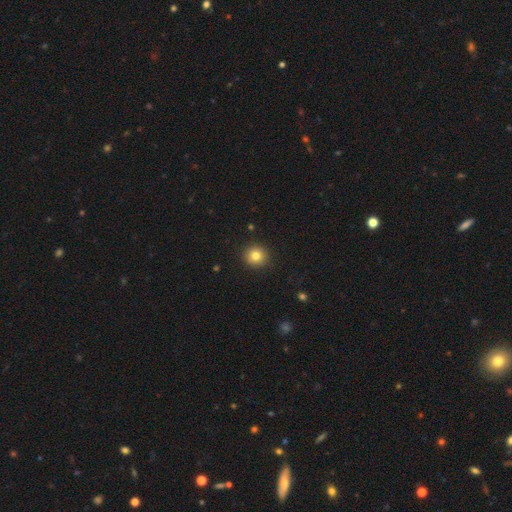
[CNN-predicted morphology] A smooth galaxy with no disk features (81%) that is round (93%).

Vote fractions:
- Smooth or featured? smooth: 81% / star or artifact: 11% / featured or disk: 8%
- How rounded? round: 93% / in between: 6% / cigar-shaped: 1%
- Merging? none: 92% / minor disturbance: 6% / major disturbance: 2% / merger: 1%